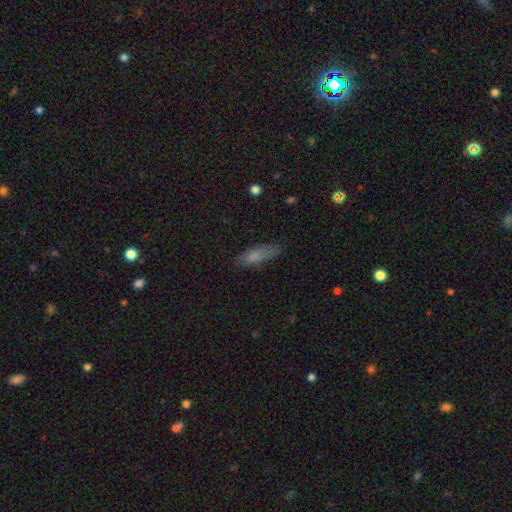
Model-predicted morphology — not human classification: This is likely a smooth galaxy (77%). How rounded: possibly in between (53%). Merging: likely none (74%).